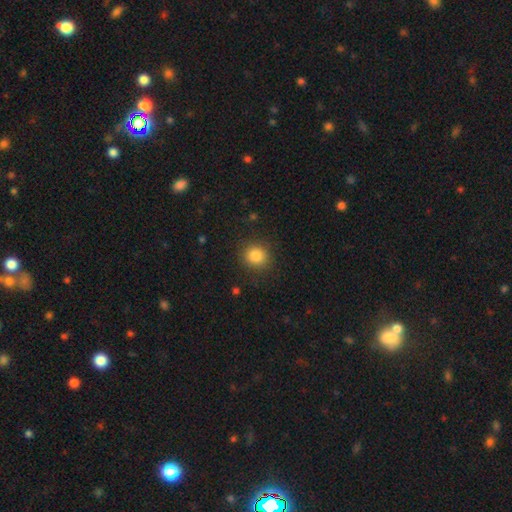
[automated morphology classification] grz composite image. It shows a smooth galaxy with no disk features (84%) that is round (84%). Merging: none (87%).